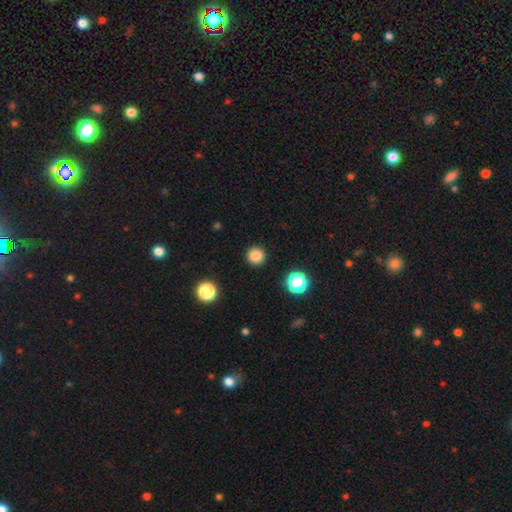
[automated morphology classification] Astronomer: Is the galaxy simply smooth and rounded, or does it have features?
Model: smooth — 84%.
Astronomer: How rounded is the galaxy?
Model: round — 95%.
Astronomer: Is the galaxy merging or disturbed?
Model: none — 92%.